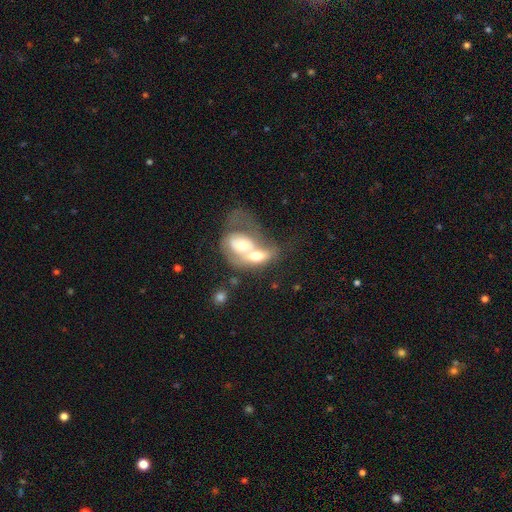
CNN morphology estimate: smooth 48%, featured or disk 44%, star or artifact 8%. Down the decision tree: merging — merger (78%).